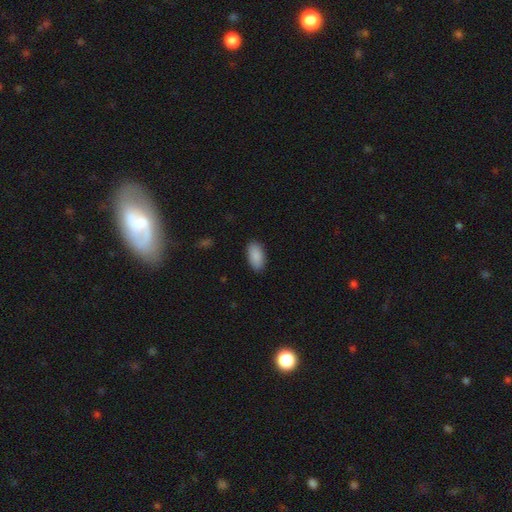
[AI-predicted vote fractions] smooth_or_featured: smooth (p=0.90) [alt: star or artifact p=0.06]
how_rounded: in between (p=0.94) [alt: cigar-shaped p=0.04]
merging: none (p=0.88) [alt: minor disturbance p=0.09]